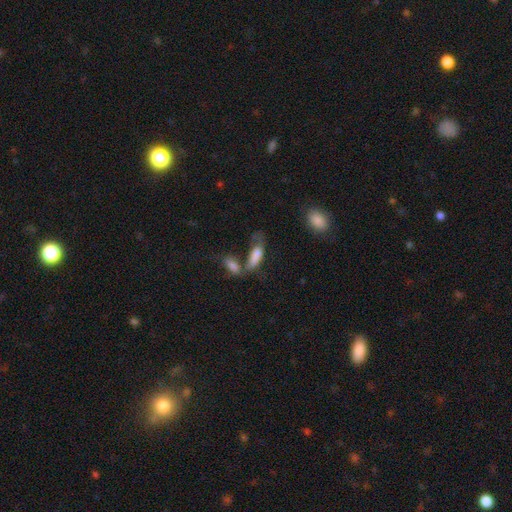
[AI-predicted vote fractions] smooth_or_featured: smooth (p=0.75) [alt: featured or disk p=0.16]
how_rounded: in between (p=0.64) [alt: cigar-shaped p=0.33]
merging: merger (p=0.41) [alt: none p=0.26]